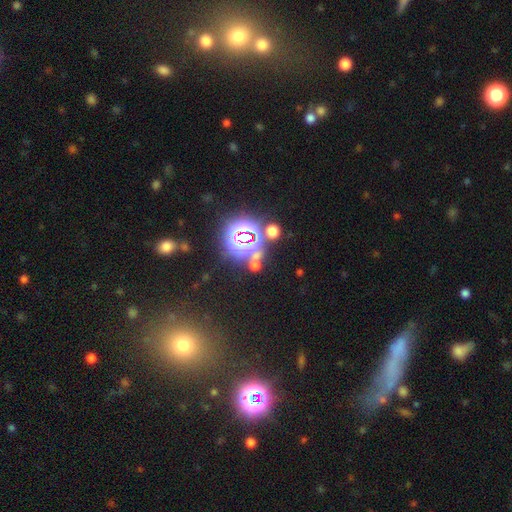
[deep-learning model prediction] The model was most divided on "smooth or featured": star or artifact: 60%, smooth: 32%, featured or disk: 9%.